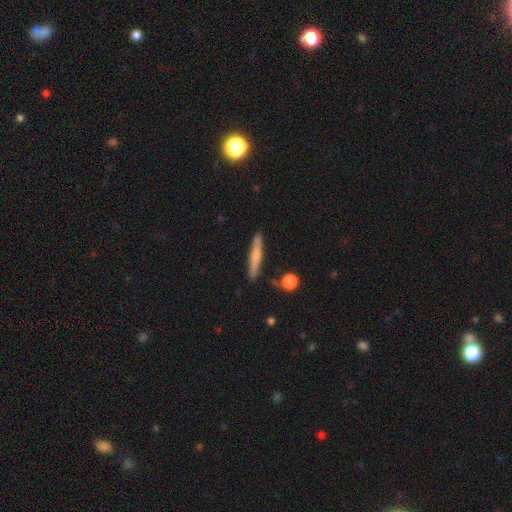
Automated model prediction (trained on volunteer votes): Overall: smooth (59%; featured or disk 35%). How rounded: cigar-shaped (93%). Merging: none (85%).